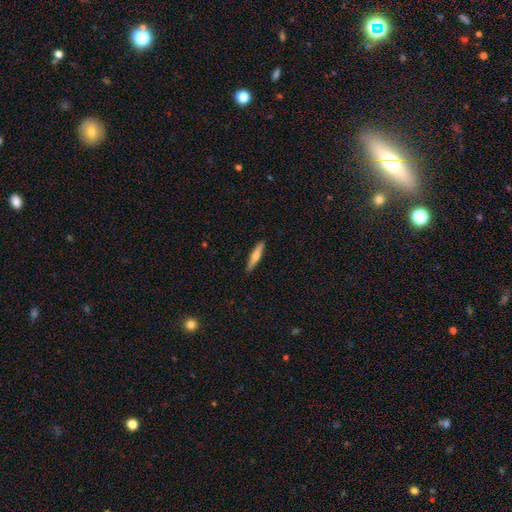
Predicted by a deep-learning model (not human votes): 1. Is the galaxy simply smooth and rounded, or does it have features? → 59% smooth, 35% featured or disk, 6% star or artifact.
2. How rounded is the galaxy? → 87% cigar-shaped, 11% in between, 2% round.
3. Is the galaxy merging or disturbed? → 90% none, 8% minor disturbance, 1% major disturbance, 1% merger.